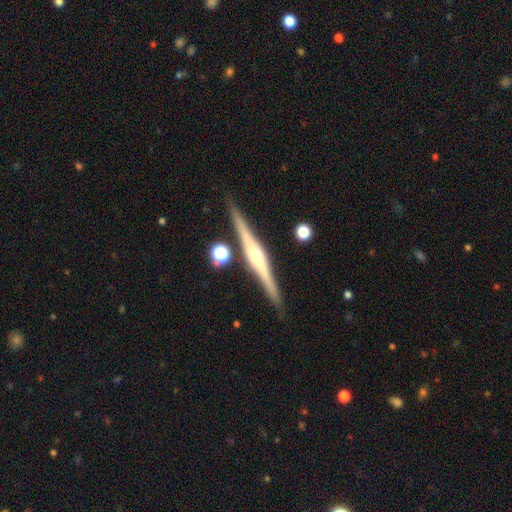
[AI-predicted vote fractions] smooth_or_featured: featured or disk (p=0.82) [alt: smooth p=0.12]
disk_edge_on: yes (p=0.98) [alt: no p=0.02]
edge_on_bulge: rounded (p=0.83) [alt: boxy p=0.11]
merging: none (p=0.88) [alt: minor disturbance p=0.07]